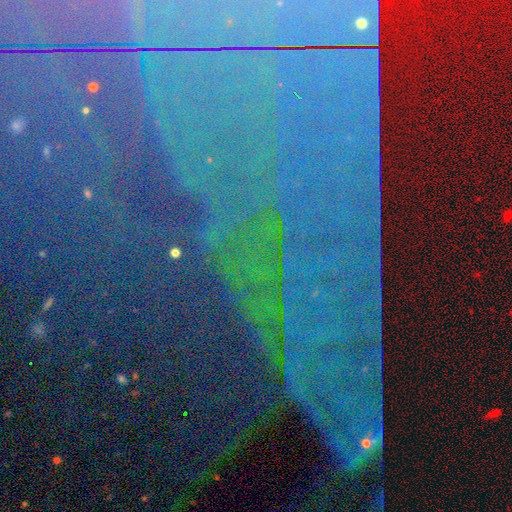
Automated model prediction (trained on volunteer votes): A star or artifact, not a galaxy (86%).

Vote fractions:
- Smooth or featured? star or artifact: 86% / featured or disk: 7% / smooth: 7%